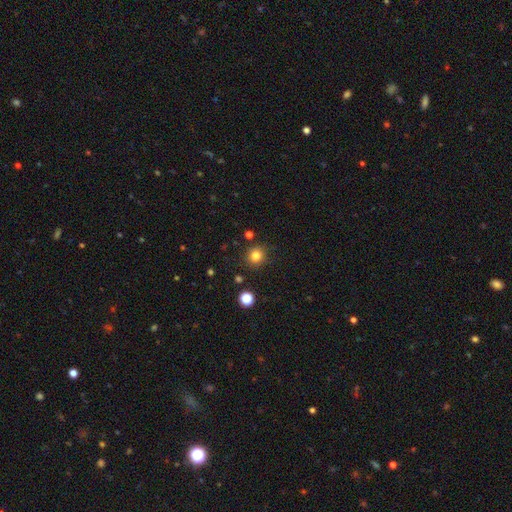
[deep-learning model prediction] smooth-or-featured: smooth: 81% | star or artifact: 13% | featured or disk: 5%
  how-rounded: round: 91% | in between: 8% | cigar-shaped: 1%
  merging: none: 86% | minor disturbance: 8% | major disturbance: 3% | merger: 2%